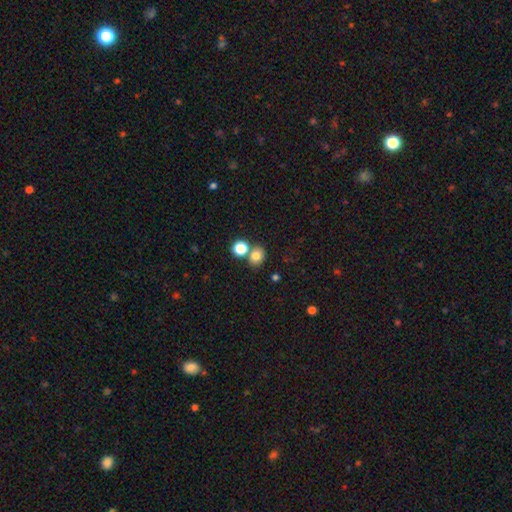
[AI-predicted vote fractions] Smooth or featured: smooth — 79% (star or artifact — 13%)
How rounded: round — 66% (in between — 33%)
Merging: none — 62% (merger — 26%)